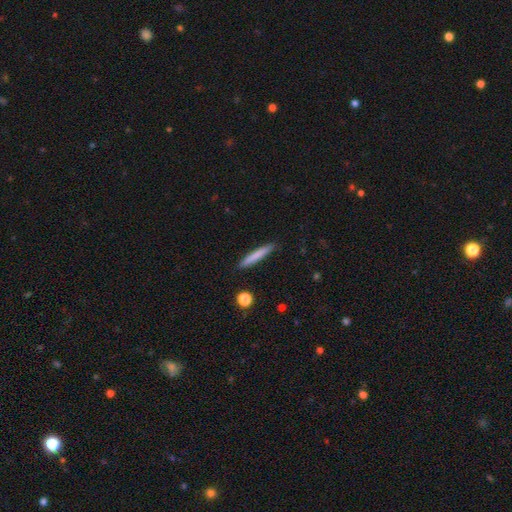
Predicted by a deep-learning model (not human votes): A smooth galaxy with no disk features (76%) that is cigar-shaped (95%). Merging: none (91%).